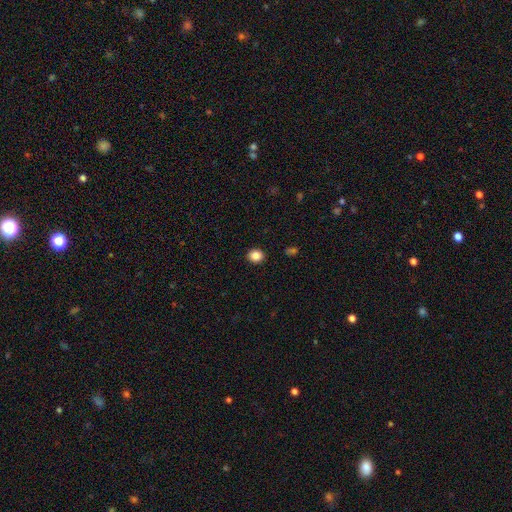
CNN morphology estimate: This is clearly a smooth galaxy (85%). How rounded: likely round (72%). Merging: clearly none (92%).